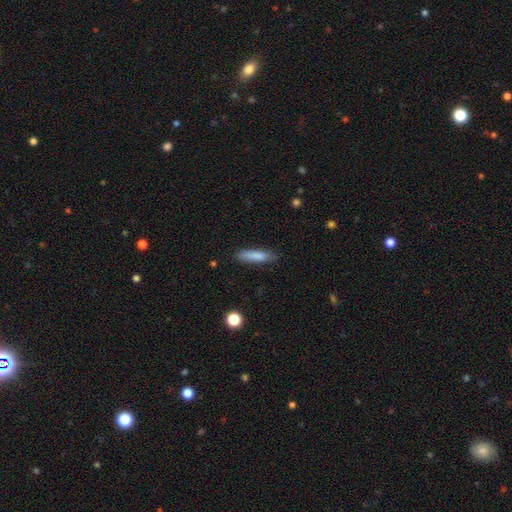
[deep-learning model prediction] A smooth galaxy with no disk features (83%) that is cigar-shaped (74%). Merging: none (81%).